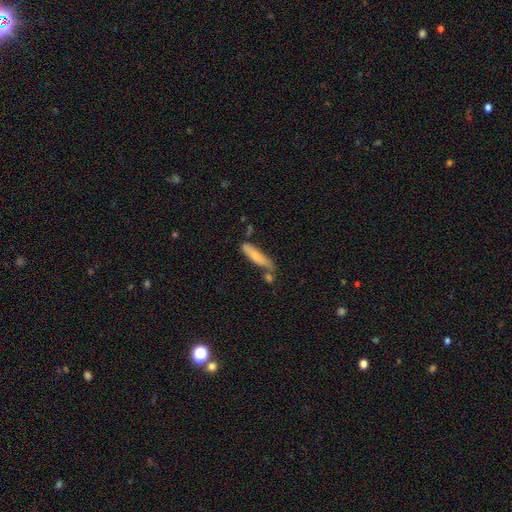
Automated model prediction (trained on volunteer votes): A smooth galaxy with no disk features (69%) that is cigar-shaped (80%).

Vote fractions:
- Smooth or featured? smooth: 69% / featured or disk: 24% / star or artifact: 7%
- How rounded? cigar-shaped: 80% / in between: 18% / round: 2%
- Merging? none: 56% / minor disturbance: 21% / merger: 17% / major disturbance: 6%